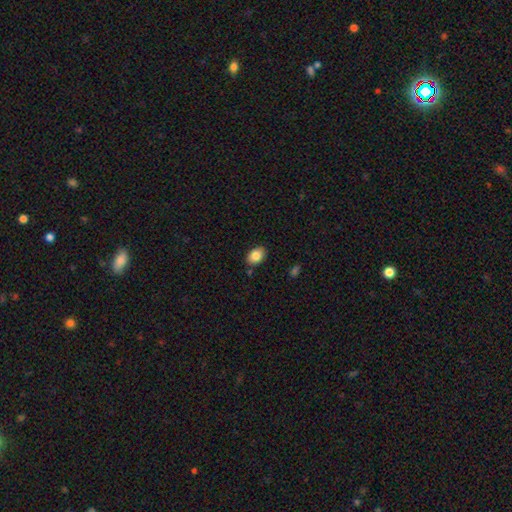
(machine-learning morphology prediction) Overall: smooth (85%). How rounded: in between (80%). Merging: none (85%).